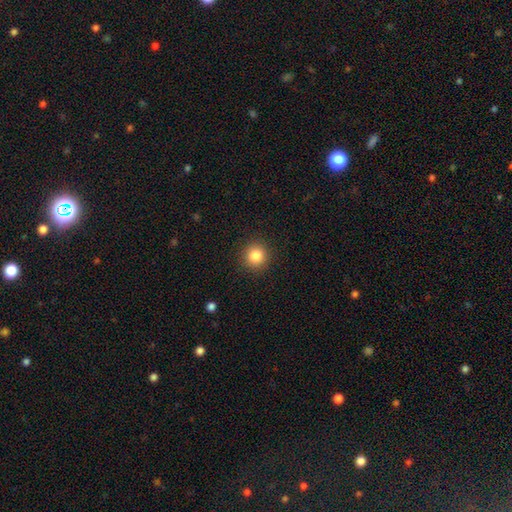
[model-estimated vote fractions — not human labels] Overall: smooth (84%). How rounded: round (93%). Merging: none (91%).